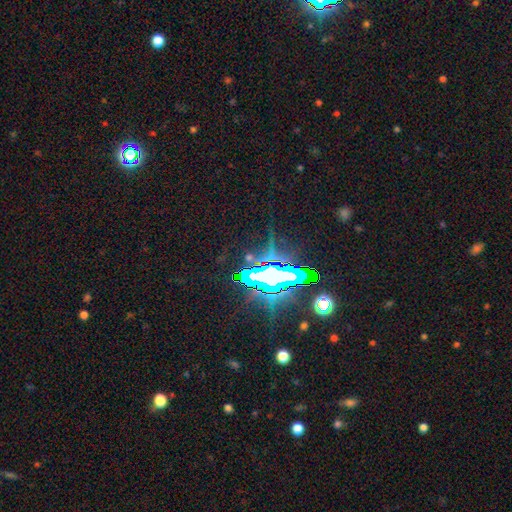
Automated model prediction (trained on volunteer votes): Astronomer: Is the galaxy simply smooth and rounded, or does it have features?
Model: star or artifact — 76%.